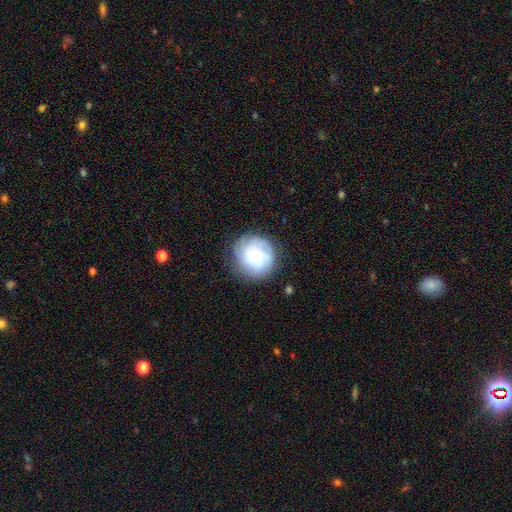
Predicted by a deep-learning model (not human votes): Q: Smooth or featured?
A: featured or disk (49%); runner-up: smooth (43%)
Q: Merging?
A: none (79%); runner-up: minor disturbance (14%)